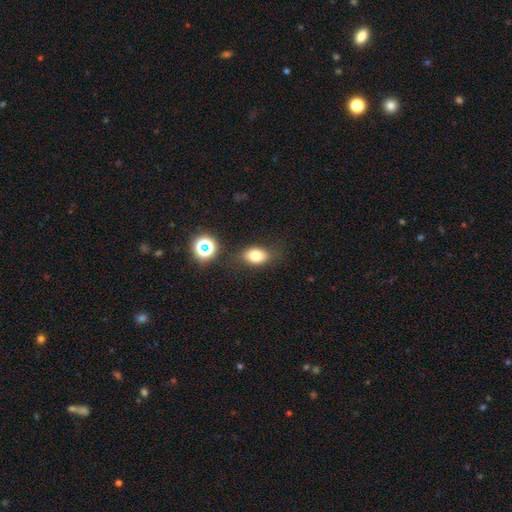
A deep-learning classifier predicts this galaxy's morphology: This is likely a smooth galaxy (77%). How rounded: likely in between (76%). Merging: likely none (77%).